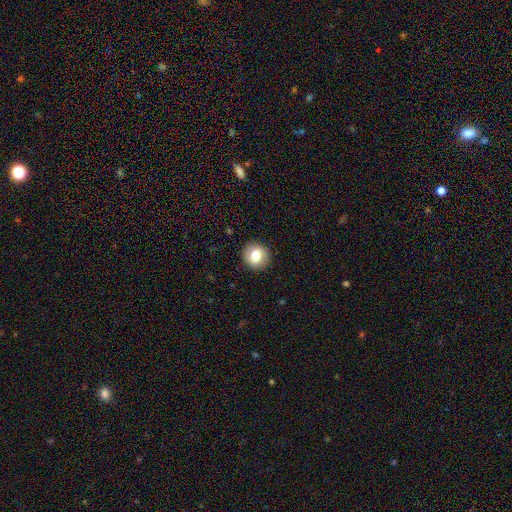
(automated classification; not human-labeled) smooth_or_featured: smooth (p=0.77) [alt: featured or disk p=0.14]
how_rounded: round (p=0.90) [alt: in between p=0.09]
merging: none (p=0.91) [alt: minor disturbance p=0.06]